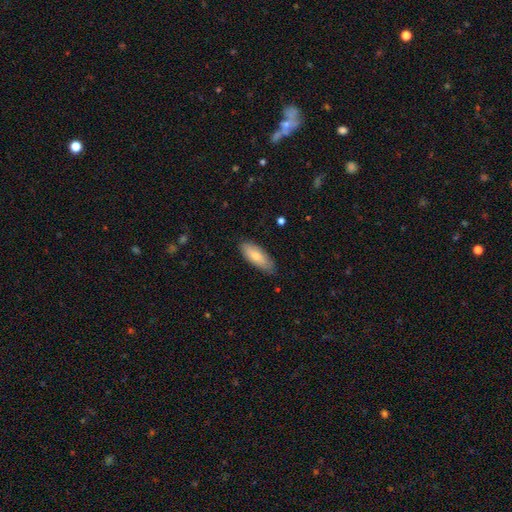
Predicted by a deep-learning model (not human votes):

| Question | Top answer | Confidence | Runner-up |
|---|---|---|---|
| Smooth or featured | smooth | 79% | featured or disk (16%) |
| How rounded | in between | 76% | cigar-shaped (22%) |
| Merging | none | 79% | minor disturbance (18%) |